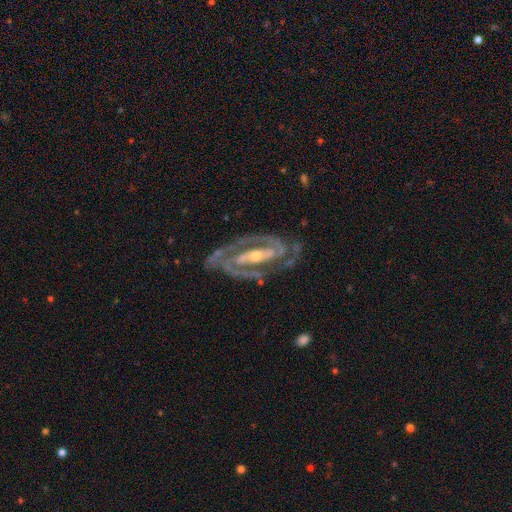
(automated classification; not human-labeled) This is clearly a featured or disk galaxy (92%). It is clearly not viewed edge-on (95%). Bar: possibly strong (57%). Spiral arm pattern: clearly yes (97%). Spiral arm count: clearly 2 (89%). Spiral winding: possibly tight (54%). Central bulge: possibly small (53%). Merging: likely none (77%).